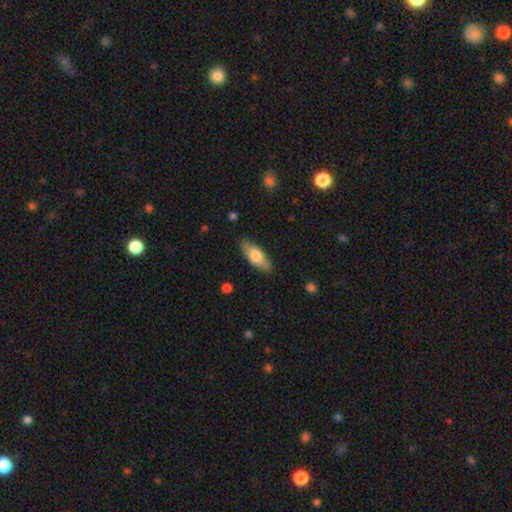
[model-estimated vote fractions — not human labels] The model was most divided on "smooth or featured": smooth: 69%, featured or disk: 25%, star or artifact: 6%. More confident: merging — none (83%); how rounded — in between (76%).